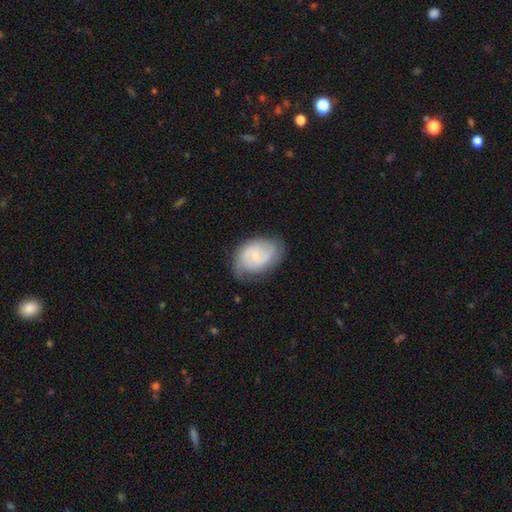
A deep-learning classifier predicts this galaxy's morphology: smooth-or-featured: featured or disk: 63% | smooth: 31% | star or artifact: 7%
  disk-edge-on: no: 97% | yes: 3%
    bar: no: 50% | weak: 43% | strong: 7%
    has-spiral-arms: yes: 90% | no: 10%
      spiral-winding: medium: 44% | tight: 36% | loose: 20%
      spiral-arm-count: 2: 63% | can't tell: 20% | 3: 7% | 1: 5% | 4: 2% | more than 4: 2%
    bulge-size: small: 68% | moderate: 20% | none: 9% | large: 2% | dominant: 1%
  merging: none: 68% | minor disturbance: 23% | major disturbance: 8% | merger: 1%